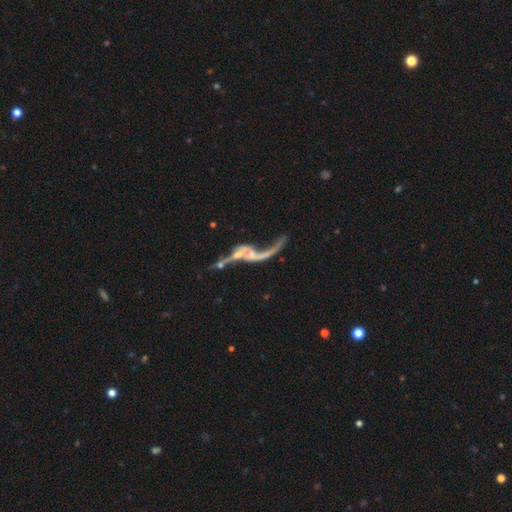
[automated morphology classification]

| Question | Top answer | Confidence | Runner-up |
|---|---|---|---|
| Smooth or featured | featured or disk | 77% | smooth (13%) |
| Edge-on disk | no | 89% | yes (11%) |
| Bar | no | 66% | weak (24%) |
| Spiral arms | yes | 65% | no (35%) |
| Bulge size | none | 46% | small (33%) |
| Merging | merger | 47% | major disturbance (27%) |